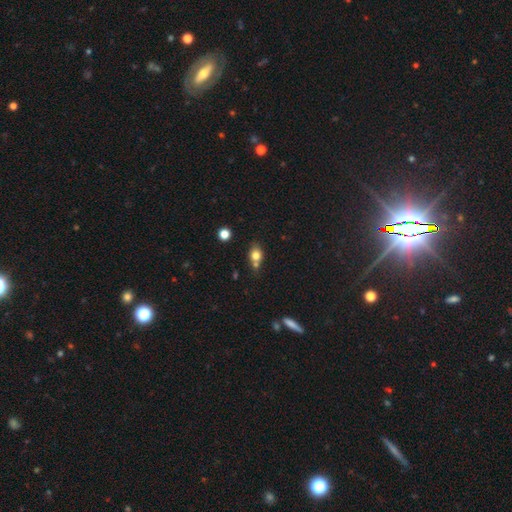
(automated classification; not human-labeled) A smooth galaxy with no disk features (77%) that is round (56%). Merging: none (51%).